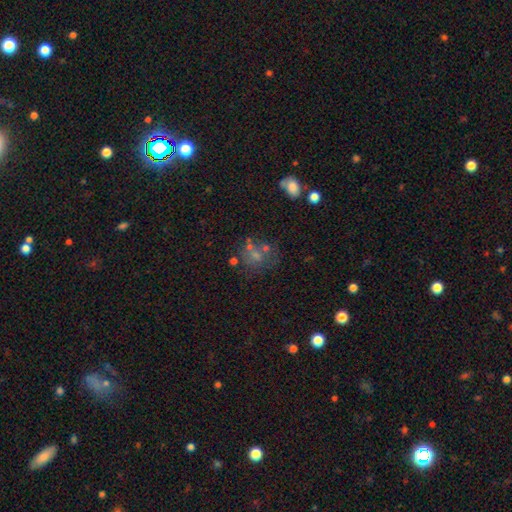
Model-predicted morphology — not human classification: smooth-or-featured: smooth: 43% | star or artifact: 34% | featured or disk: 24%
  merging: none: 52% | merger: 22% | minor disturbance: 14% | major disturbance: 12%